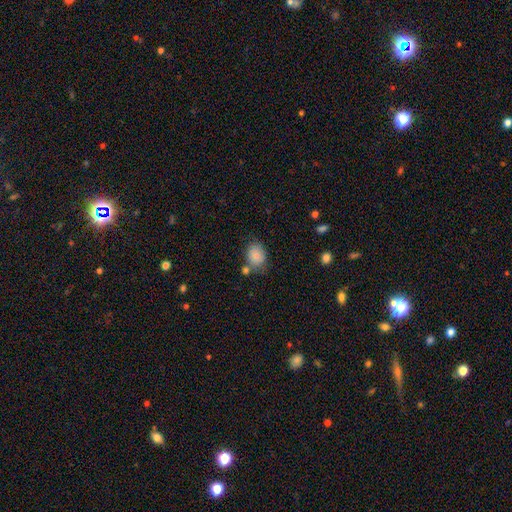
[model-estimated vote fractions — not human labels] This is clearly a smooth galaxy (87%). How rounded: possibly in between (58%). Merging: likely none (66%).